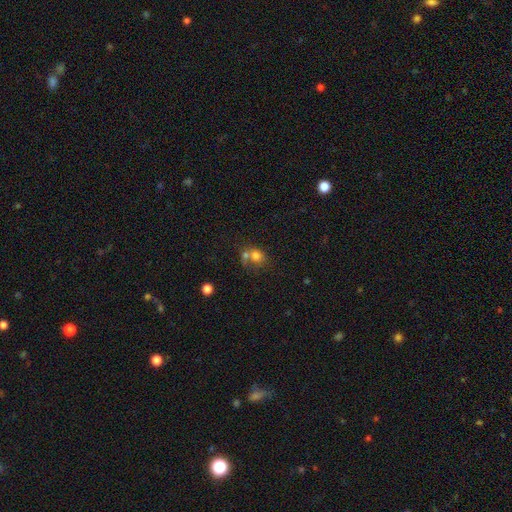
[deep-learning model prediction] Smooth or featured?
  - smooth: 75% *
  - featured or disk: 13%
  - star or artifact: 12%
How rounded?
  - round: 67% *
  - in between: 32%
  - cigar-shaped: 1%
Merging?
  - merger: 51% *
  - none: 33%
  - minor disturbance: 10%
  - major disturbance: 7%